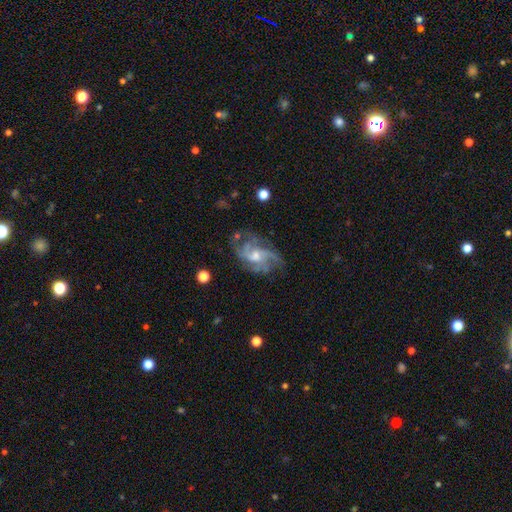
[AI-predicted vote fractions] This is clearly a featured or disk galaxy (84%). It is clearly not viewed edge-on (97%). Bar: possibly no (59%). Spiral arm pattern: clearly yes (94%). Spiral arm count: marginally 3 (26%). Spiral winding: possibly medium (47%). Central bulge: possibly moderate (59%). Merging: likely none (65%).